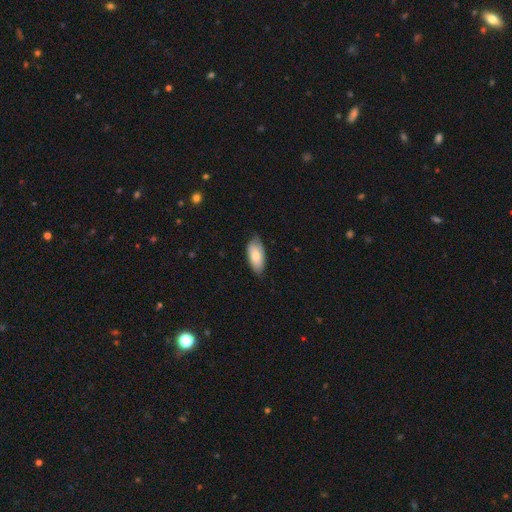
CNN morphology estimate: A smooth galaxy with no disk features (75%) that is in between round and cigar-shaped (92%). Merging: none (70%).